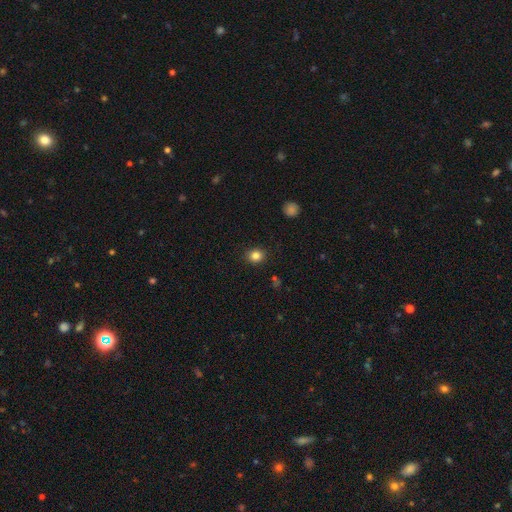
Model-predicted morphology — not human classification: A smooth galaxy with no disk features (83%) that is round (74%). Merging: none (89%).